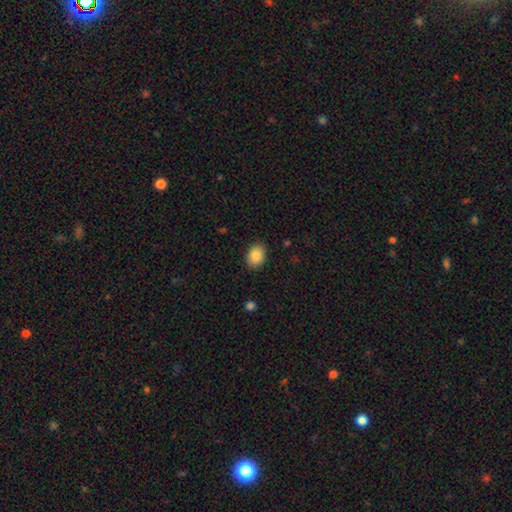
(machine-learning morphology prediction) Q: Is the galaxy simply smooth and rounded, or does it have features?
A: smooth — 87%.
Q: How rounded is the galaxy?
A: in between — 64%.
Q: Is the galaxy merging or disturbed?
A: none — 88%.